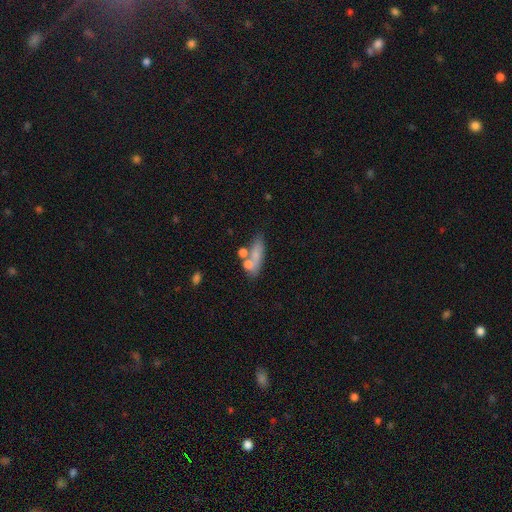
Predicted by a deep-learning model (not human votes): Smooth or featured? Predicted: smooth (p=0.68). How rounded? Predicted: in between (p=0.57). Merging? Predicted: none (p=0.46).